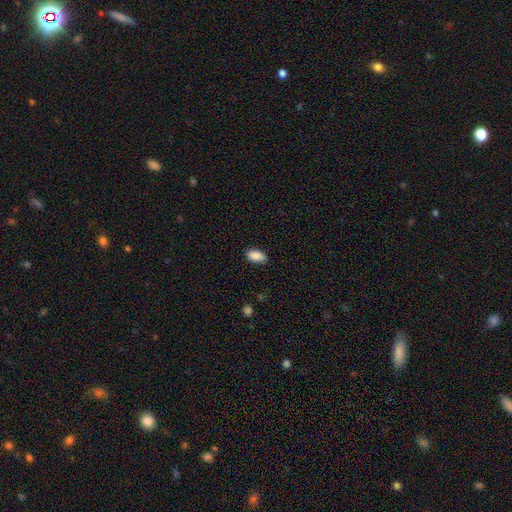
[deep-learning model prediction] smooth_or_featured: smooth (p=0.89) [alt: star or artifact p=0.07]
how_rounded: in between (p=0.92) [alt: round p=0.04]
merging: none (p=0.80) [alt: minor disturbance p=0.16]